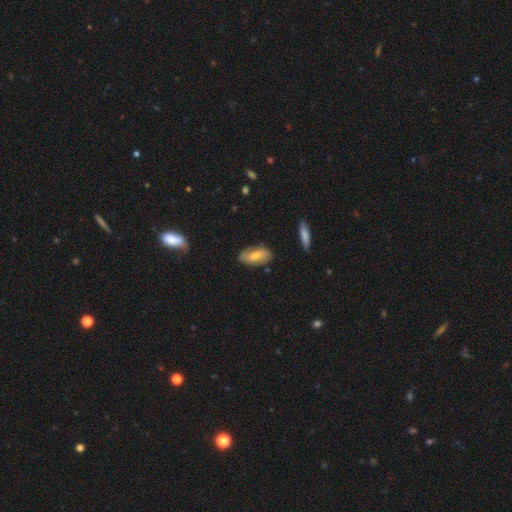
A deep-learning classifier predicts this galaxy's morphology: smooth 62%, featured or disk 31%, star or artifact 7%. Down the decision tree: how rounded — in between (87%); merging — none (77%).